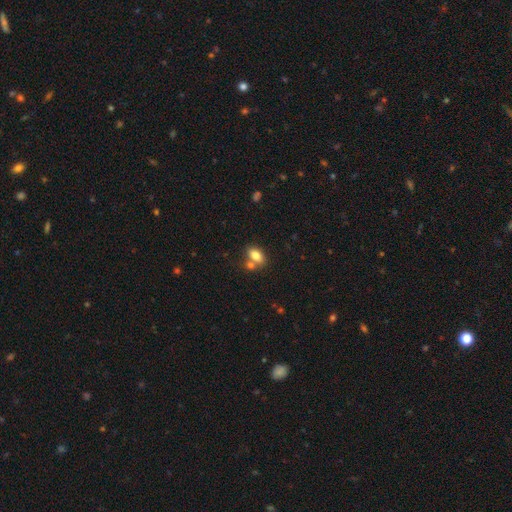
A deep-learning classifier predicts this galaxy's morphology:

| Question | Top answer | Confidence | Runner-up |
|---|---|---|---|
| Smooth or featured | smooth | 80% | featured or disk (11%) |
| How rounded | in between | 86% | round (11%) |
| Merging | none | 55% | merger (29%) |